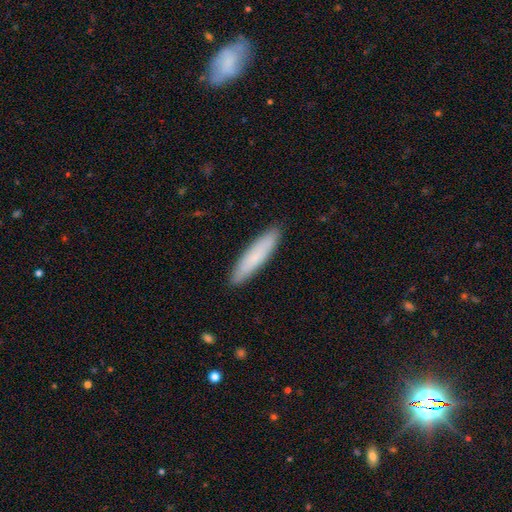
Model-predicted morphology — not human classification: Overall: smooth (80%). How rounded: cigar-shaped (84%). Merging: none (91%).